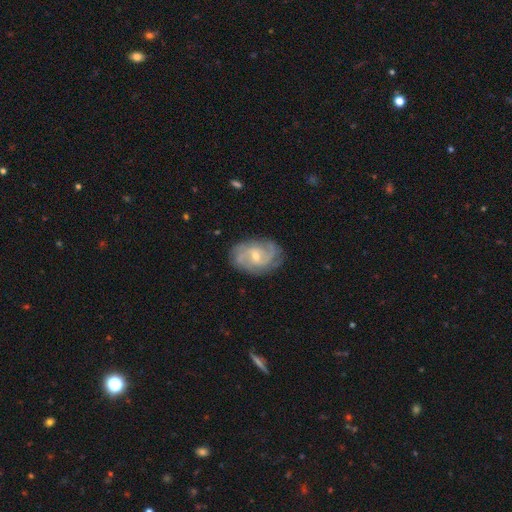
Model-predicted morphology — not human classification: Q: Smooth or featured?
A: featured or disk (84%); runner-up: smooth (10%)
Q: Edge-on disk?
A: no (97%); runner-up: yes (3%)
Q: Bar?
A: no (46%); tied with: weak (46%)
Q: Spiral arms?
A: yes (96%); runner-up: no (4%)
Q: Spiral winding?
A: tight (48%); runner-up: medium (41%)
Q: Spiral arm count?
A: 2 (36%); runner-up: 3 (25%)
Q: Bulge size?
A: small (52%); runner-up: moderate (45%)
Q: Merging?
A: none (79%); runner-up: minor disturbance (16%)